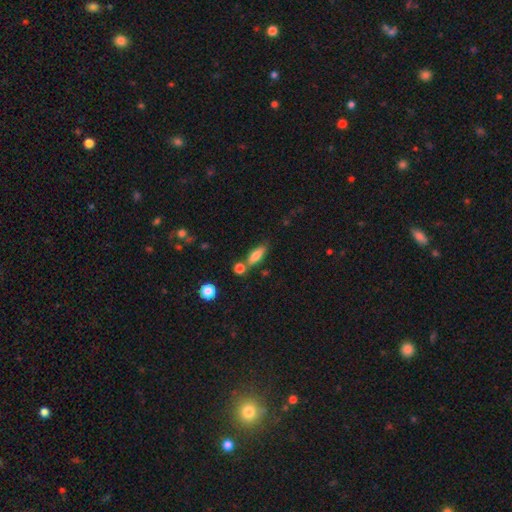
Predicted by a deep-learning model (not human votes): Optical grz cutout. It shows a smooth galaxy with no disk features (76%) that is in between round and cigar-shaped (60%). Merging: none (64%).